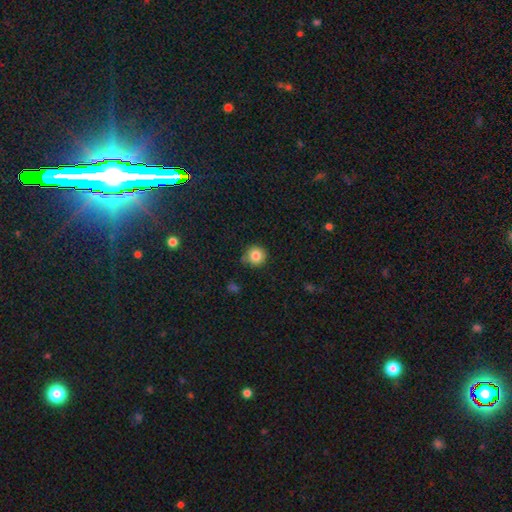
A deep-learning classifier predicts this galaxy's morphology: Smooth or featured? smooth (83%)
How rounded? round (93%)
Merging? none (79%)